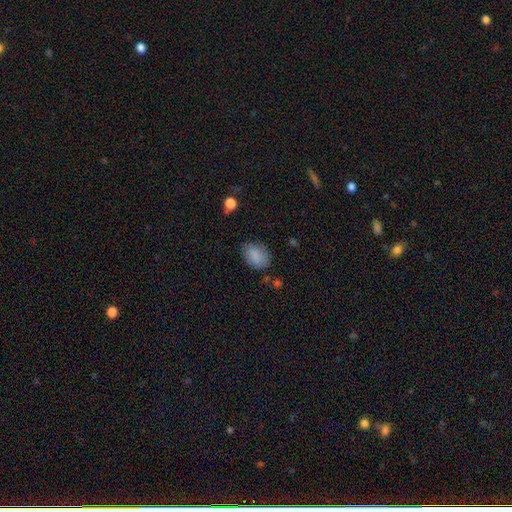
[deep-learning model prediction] Smooth or featured?
  - smooth: 85% *
  - star or artifact: 8%
  - featured or disk: 7%
How rounded?
  - in between: 80% *
  - round: 19%
  - cigar-shaped: 1%
Merging?
  - none: 73% *
  - minor disturbance: 20%
  - major disturbance: 5%
  - merger: 2%